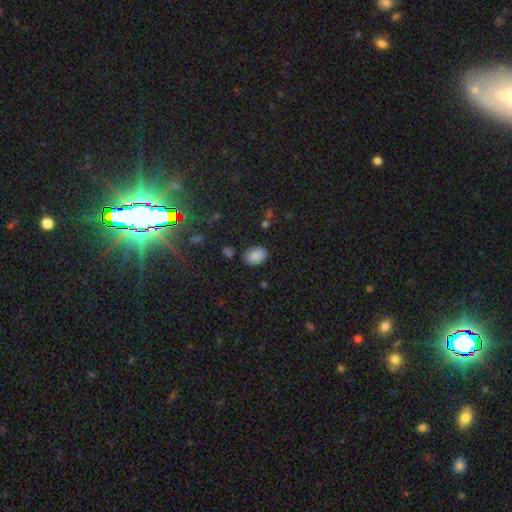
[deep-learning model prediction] Morphology: type=smooth (86%); roundness=in between (83%); merging=none (83%).